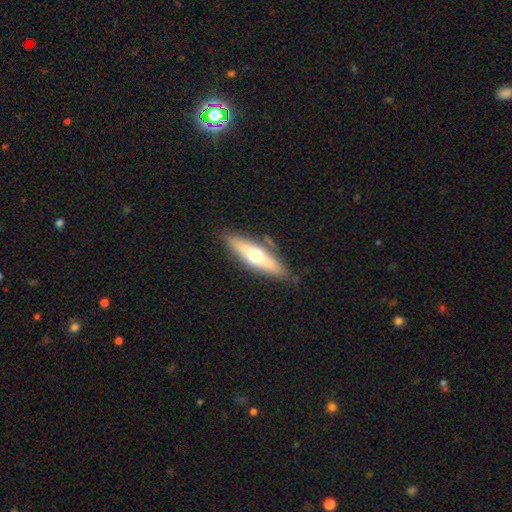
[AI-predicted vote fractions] This appears to be a featured or disk galaxy (49%). Merging: none (82%).